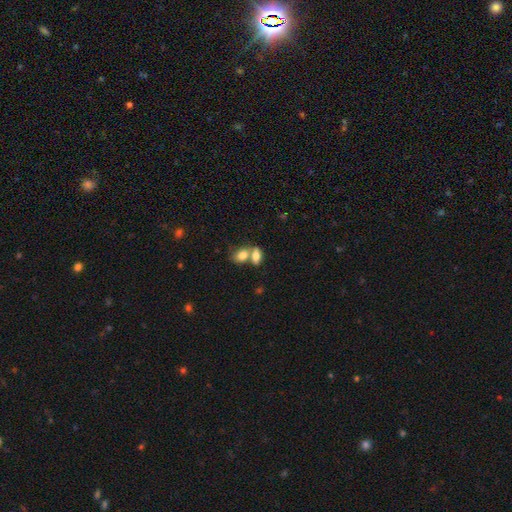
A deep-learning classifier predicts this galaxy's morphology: smooth 79%, featured or disk 13%, star or artifact 8%. Down the decision tree: how rounded — in between (84%); merging — merger (59%).